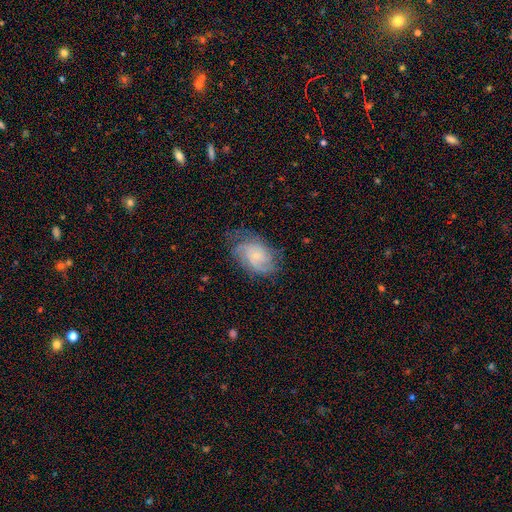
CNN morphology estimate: Smooth or featured? featured or disk (74%)
Edge-on disk? no (97%)
Bar? no (72%)
Spiral arms? yes (94%)
Spiral winding? tight (46%)
Spiral arm count? can't tell (31%)
Bulge size? small (73%)
Merging? none (64%)